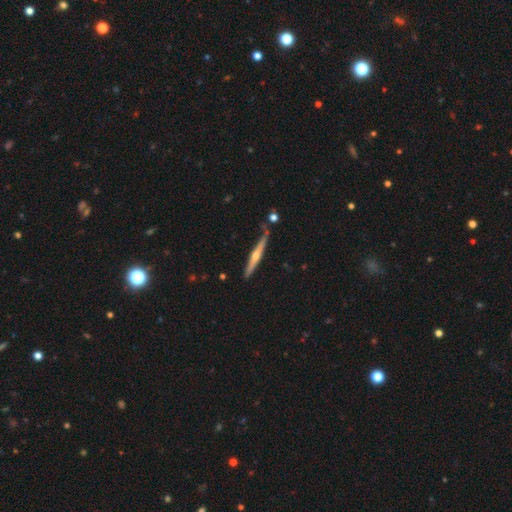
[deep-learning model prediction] This appears to be a featured or disk galaxy (73%) viewed edge-on (97%) with a rounded central bulge (86%). Merging: none (80%).